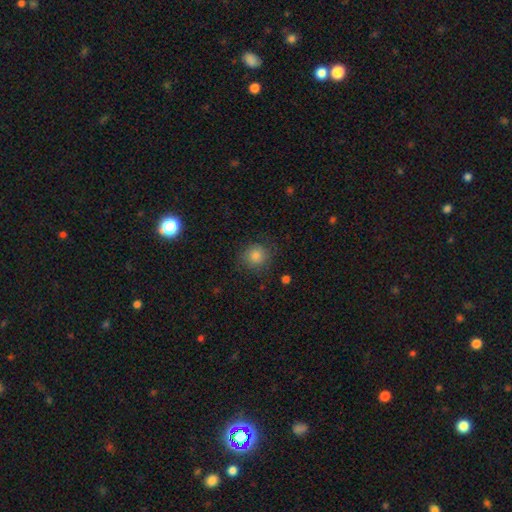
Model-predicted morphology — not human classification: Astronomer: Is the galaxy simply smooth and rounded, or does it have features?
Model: smooth — 81%.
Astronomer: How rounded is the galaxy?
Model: round — 89%.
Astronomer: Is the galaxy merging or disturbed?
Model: none — 84%.